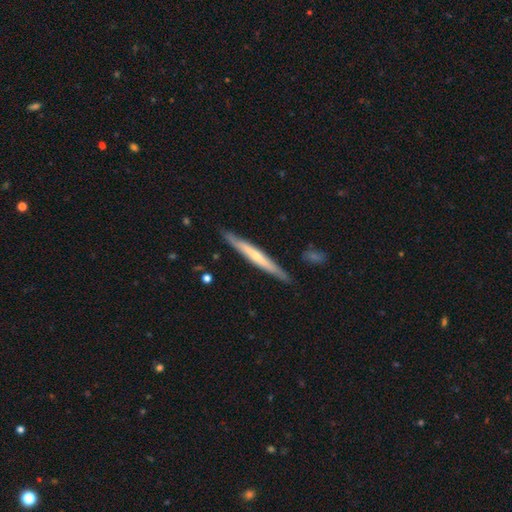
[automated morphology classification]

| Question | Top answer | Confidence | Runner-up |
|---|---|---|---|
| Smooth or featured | featured or disk | 59% | smooth (35%) |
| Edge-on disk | yes | 93% | no (7%) |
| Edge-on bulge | rounded | 51% | none (44%) |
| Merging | none | 87% | minor disturbance (10%) |